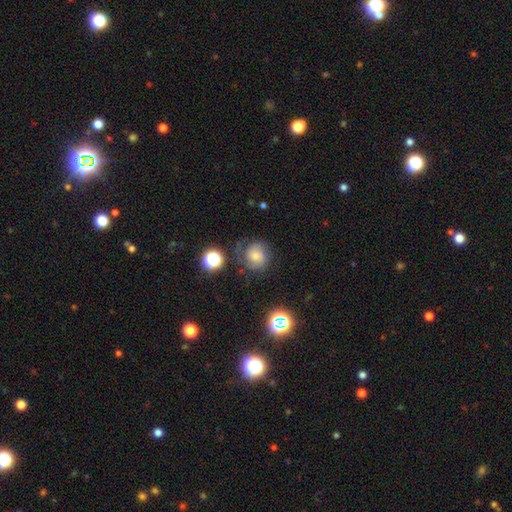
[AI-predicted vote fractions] The model was most divided on "smooth or featured": featured or disk: 50%, smooth: 36%, star or artifact: 14%. More confident: edge-on disk — no (98%); merging — none (66%).